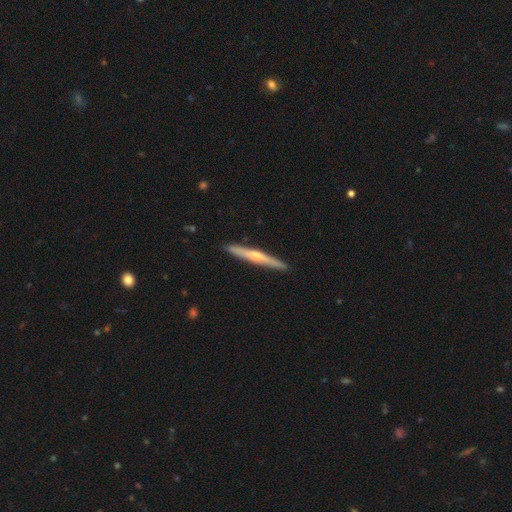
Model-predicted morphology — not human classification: Smooth or featured: featured or disk — 60% (smooth — 34%)
Edge-on disk: yes — 97% (no — 3%)
Edge-on bulge: rounded — 70% (none — 23%)
Merging: none — 91% (minor disturbance — 7%)